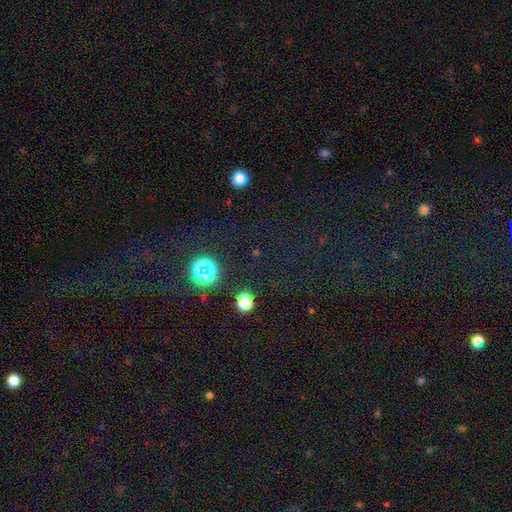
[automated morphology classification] Q: Smooth or featured?
A: star or artifact (70%); runner-up: smooth (19%)